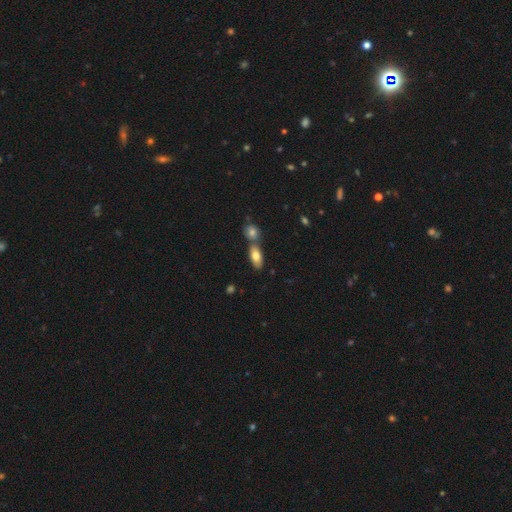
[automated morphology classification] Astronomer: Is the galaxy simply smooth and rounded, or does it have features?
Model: smooth — 78%.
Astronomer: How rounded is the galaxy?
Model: in between — 85%.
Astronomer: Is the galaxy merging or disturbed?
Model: none — 52% (runner-up: merger, 36%).